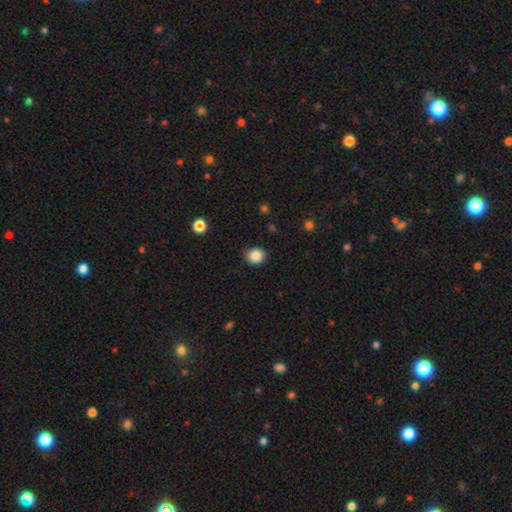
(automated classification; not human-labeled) A smooth galaxy with no disk features (87%) that is round (80%).

Vote fractions:
- Smooth or featured? smooth: 87% / star or artifact: 10% / featured or disk: 3%
- How rounded? round: 80% / in between: 19% / cigar-shaped: 1%
- Merging? none: 87% / minor disturbance: 9% / major disturbance: 2% / merger: 1%